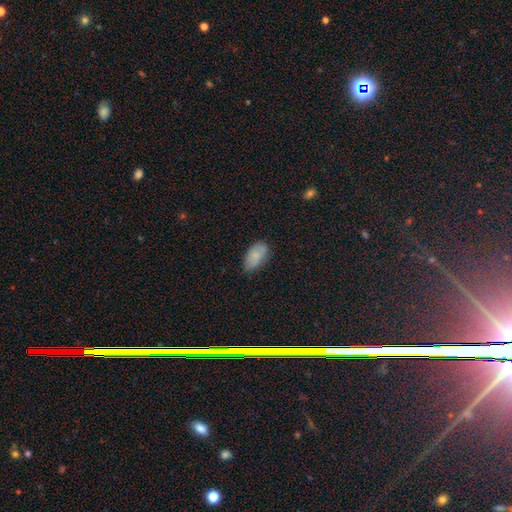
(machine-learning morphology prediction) Smooth or featured? Predicted: smooth (p=0.81). How rounded? Predicted: in between (p=0.94). Merging? Predicted: none (p=0.70).